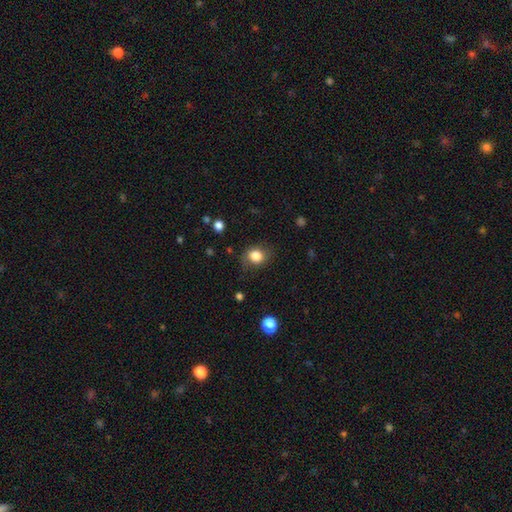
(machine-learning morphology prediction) This is clearly a smooth galaxy (83%). How rounded: likely round (68%). Merging: likely none (74%).